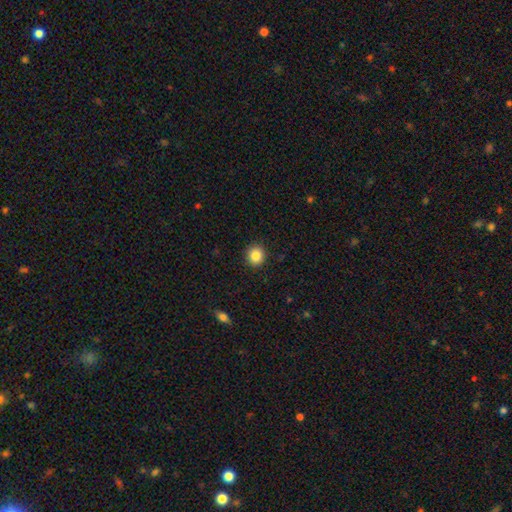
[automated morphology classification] smooth_or_featured: smooth (p=0.86) [alt: star or artifact p=0.10]
how_rounded: round (p=0.86) [alt: in between p=0.13]
merging: none (p=0.91) [alt: minor disturbance p=0.06]